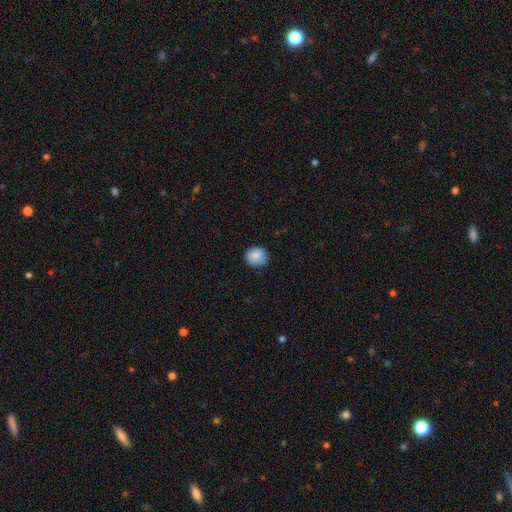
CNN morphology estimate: type=smooth (85%); roundness=round (82%); merging=none (80%).